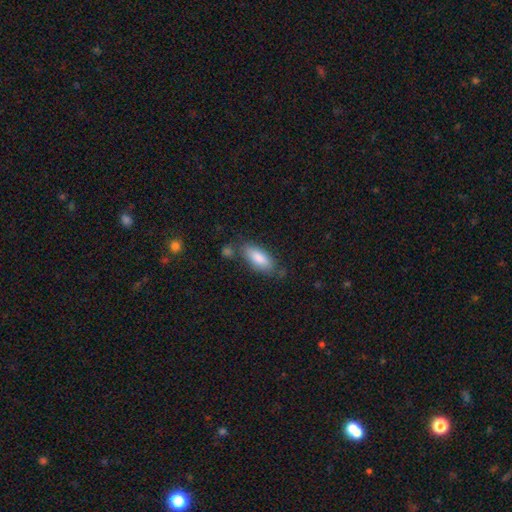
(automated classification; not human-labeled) A smooth galaxy with no disk features (83%) that is in between round and cigar-shaped (75%). Merging: none (72%).